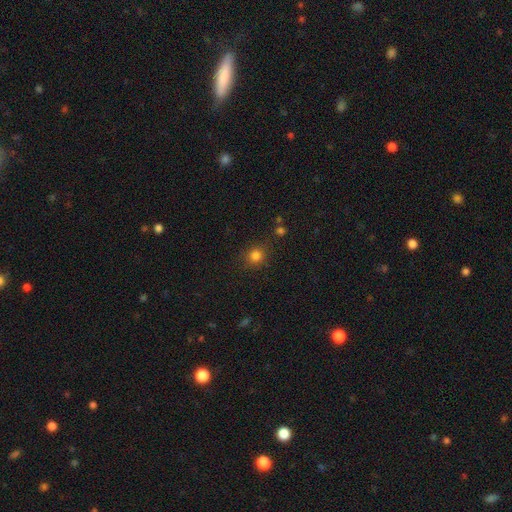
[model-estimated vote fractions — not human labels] Smooth or featured?
  - smooth: 81% *
  - star or artifact: 14%
  - featured or disk: 5%
How rounded?
  - round: 85% *
  - in between: 14%
  - cigar-shaped: 1%
Merging?
  - none: 84% *
  - minor disturbance: 10%
  - major disturbance: 3%
  - merger: 3%